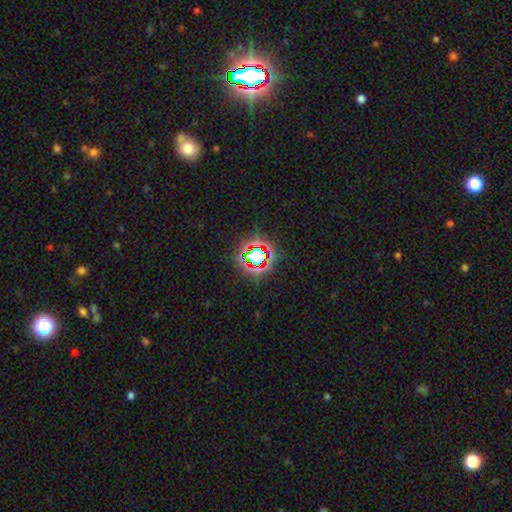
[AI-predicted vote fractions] Morphology: type=star or artifact (70%).